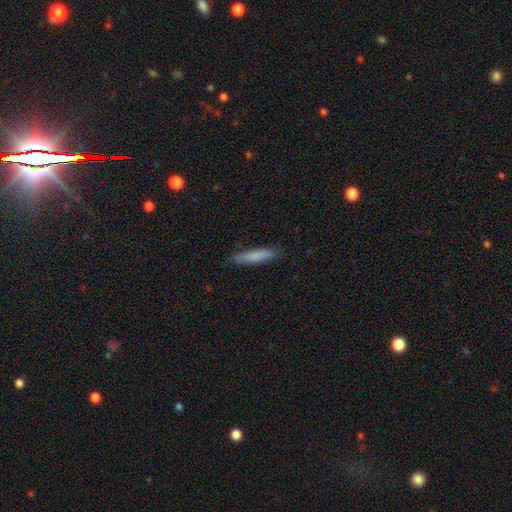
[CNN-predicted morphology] smooth 79%, featured or disk 15%, star or artifact 6%. Down the decision tree: how rounded — cigar-shaped (86%); merging — none (86%).